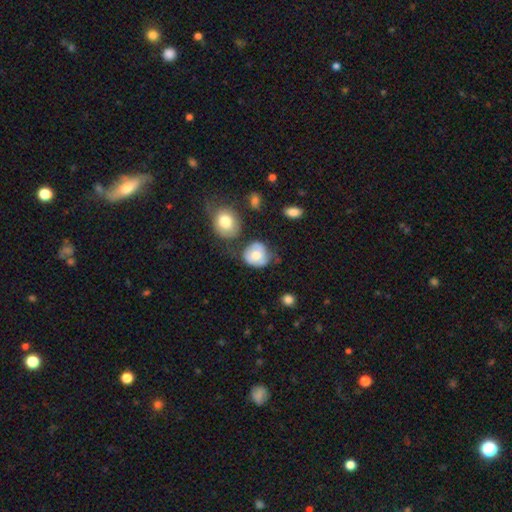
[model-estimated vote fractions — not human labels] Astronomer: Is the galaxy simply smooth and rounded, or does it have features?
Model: smooth — 62%.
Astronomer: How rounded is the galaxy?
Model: round — 75%.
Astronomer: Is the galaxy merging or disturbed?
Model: none — 46% (runner-up: minor disturbance, 28%).